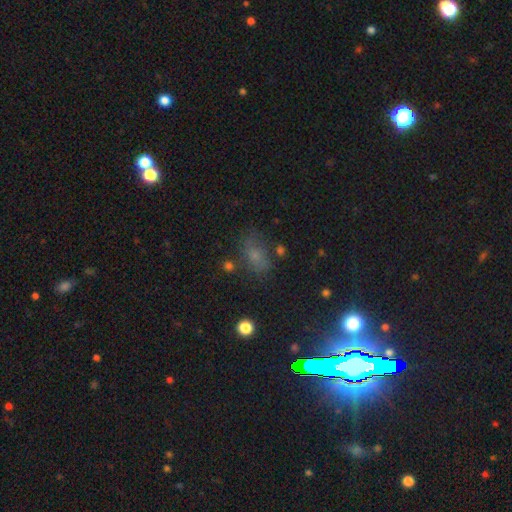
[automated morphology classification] The model was most divided on "smooth or featured": smooth: 55%, star or artifact: 29%, featured or disk: 16%. More confident: how rounded — in between (77%); merging — none (62%).